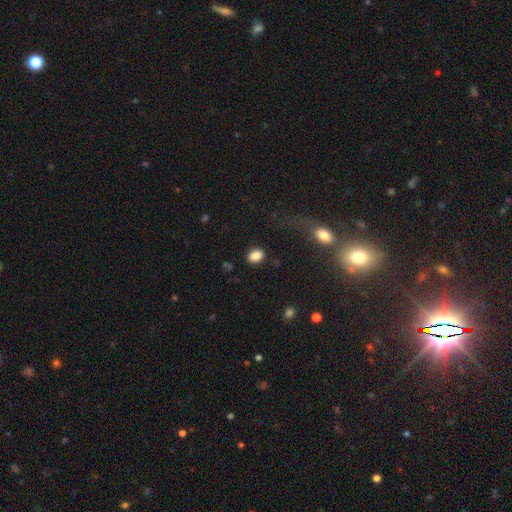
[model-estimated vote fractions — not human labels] Overall: smooth (87%). How rounded: in between (74%). Merging: none (87%).